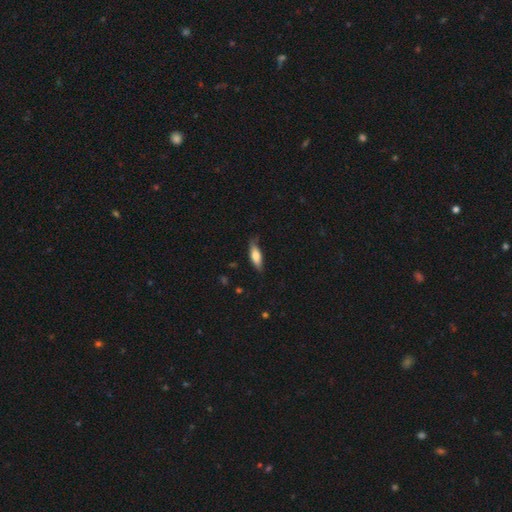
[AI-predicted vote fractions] smooth-or-featured: smooth: 73% | featured or disk: 21% | star or artifact: 6%
  how-rounded: in between: 53% | cigar-shaped: 45% | round: 2%
  merging: none: 72% | minor disturbance: 22% | major disturbance: 4% | merger: 1%